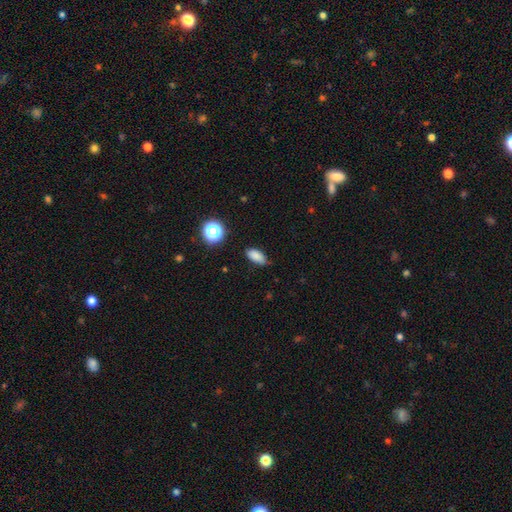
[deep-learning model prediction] Q: Smooth or featured?
A: smooth (84%); runner-up: star or artifact (10%)
Q: How rounded?
A: in between (86%); runner-up: cigar-shaped (8%)
Q: Merging?
A: none (75%); runner-up: minor disturbance (20%)